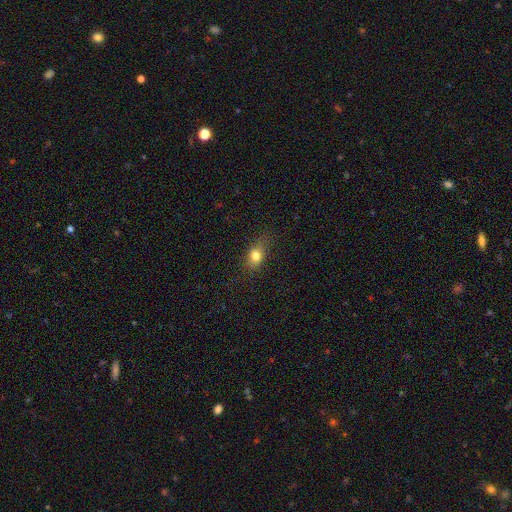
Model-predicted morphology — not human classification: Smooth or featured?
  - smooth: 77% *
  - star or artifact: 12%
  - featured or disk: 12%
How rounded?
  - in between: 64% *
  - round: 30%
  - cigar-shaped: 6%
Merging?
  - none: 74% *
  - minor disturbance: 18%
  - major disturbance: 6%
  - merger: 1%